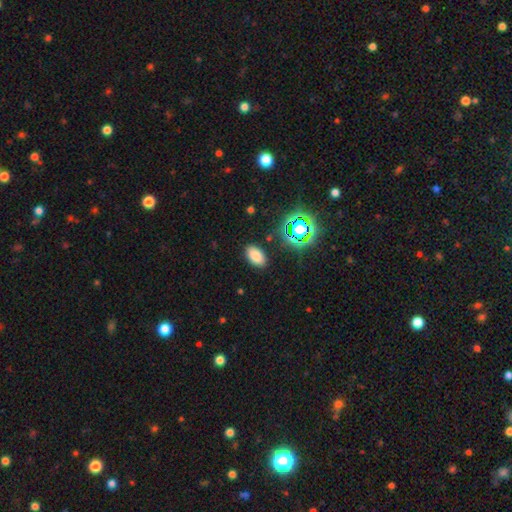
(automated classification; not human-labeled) Morphology: type=smooth (78%); roundness=in between (92%); merging=none (87%).